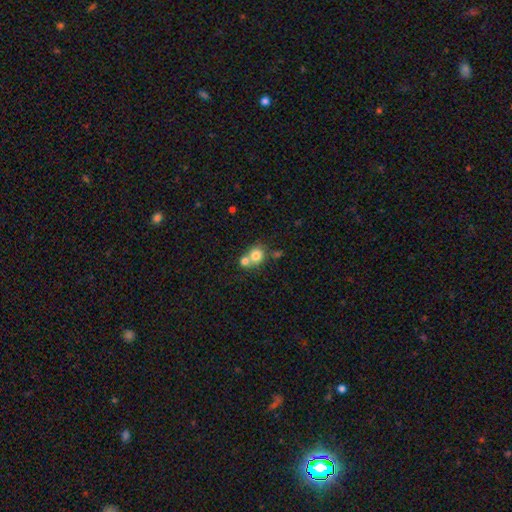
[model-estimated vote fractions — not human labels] This is likely a smooth galaxy (78%). How rounded: likely round (79%). Merging: possibly merger (54%).